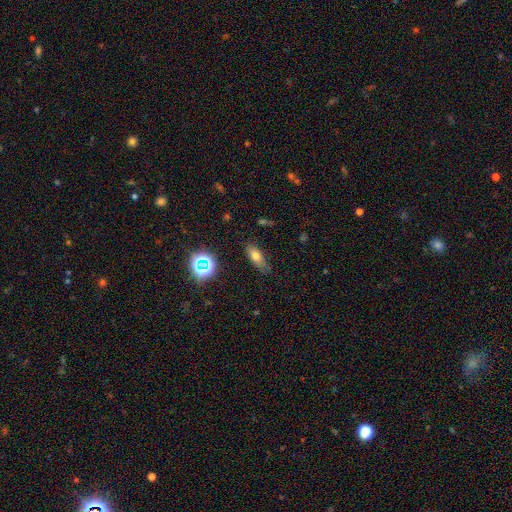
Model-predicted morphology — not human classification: Smooth or featured? smooth (67%)
How rounded? in between (73%)
Merging? none (74%)